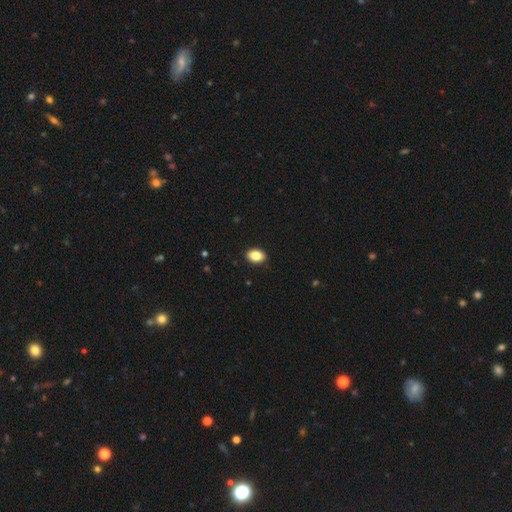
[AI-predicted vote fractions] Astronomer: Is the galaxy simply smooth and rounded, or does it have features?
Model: smooth — 86%.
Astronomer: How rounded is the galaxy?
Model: in between — 82%.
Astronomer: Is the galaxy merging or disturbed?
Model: none — 90%.